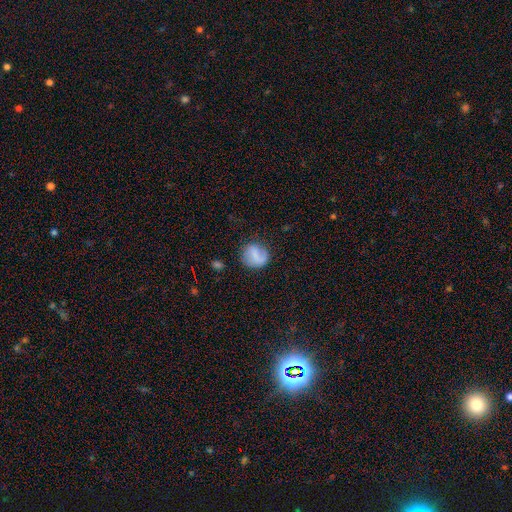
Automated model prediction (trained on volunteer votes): This appears to be a smooth galaxy with no disk features (67%) that is round (80%). Merging: none (67%).